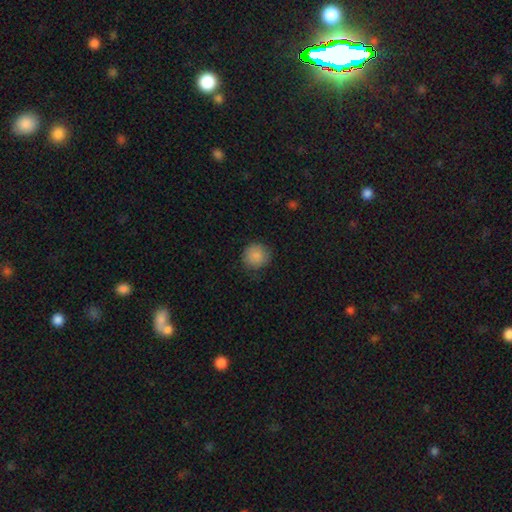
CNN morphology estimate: This appears to be a smooth galaxy with no disk features (87%) that is round (92%). Merging: none (83%).